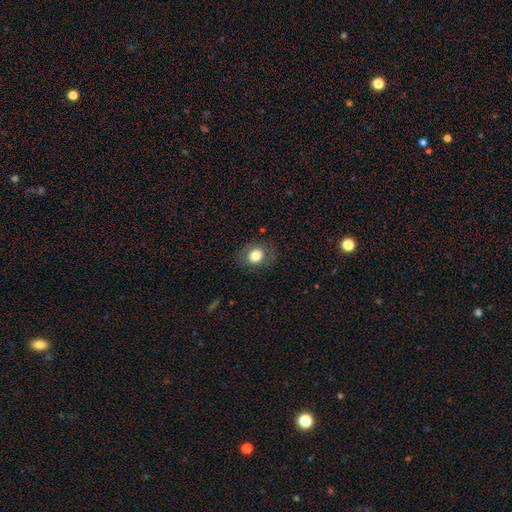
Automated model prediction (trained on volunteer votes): A smooth galaxy with no disk features (79%) that is round (63%). Merging: none (80%).